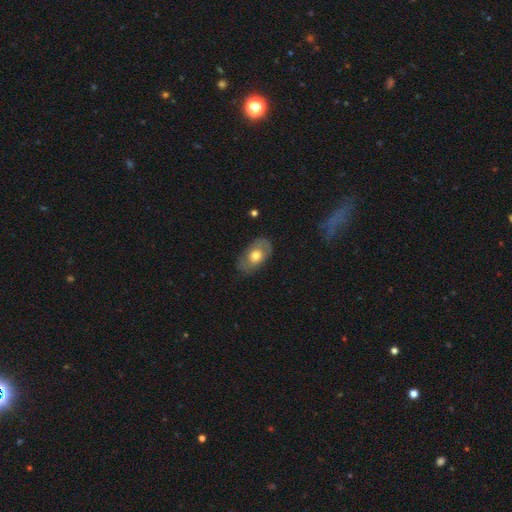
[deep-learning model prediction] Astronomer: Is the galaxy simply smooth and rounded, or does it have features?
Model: smooth — 57% (runner-up: featured or disk, 36%).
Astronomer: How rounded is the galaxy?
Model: in between — 88%.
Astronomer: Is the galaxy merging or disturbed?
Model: none — 74%.